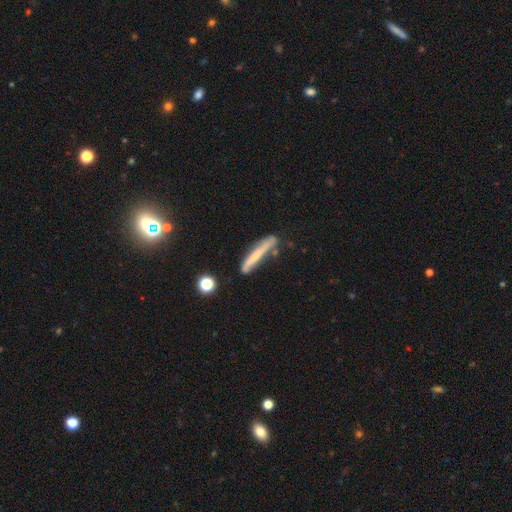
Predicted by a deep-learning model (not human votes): Morphology: type=featured or disk (46%, tied with smooth); merging=none (66%).